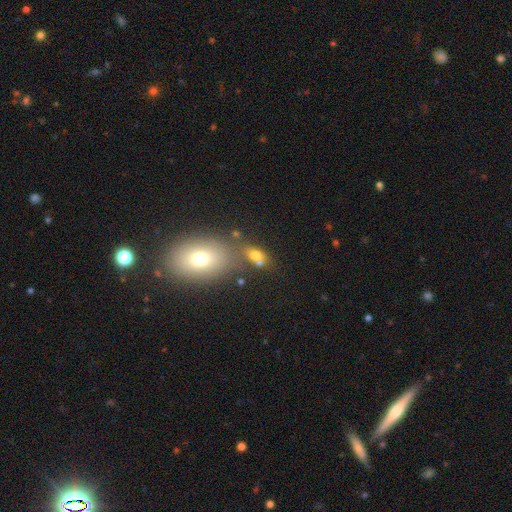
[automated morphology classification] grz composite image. It shows a smooth galaxy with no disk features (70%) that is in between round and cigar-shaped (67%). Merging: none (45%).